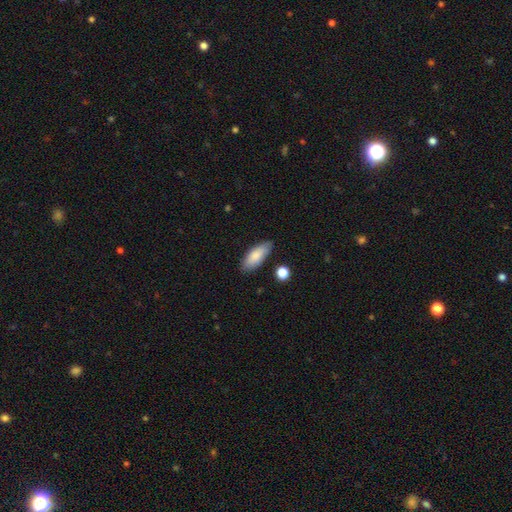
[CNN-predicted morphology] This appears to be a smooth galaxy with no disk features (84%) that is in between round and cigar-shaped (76%). Merging: none (82%).